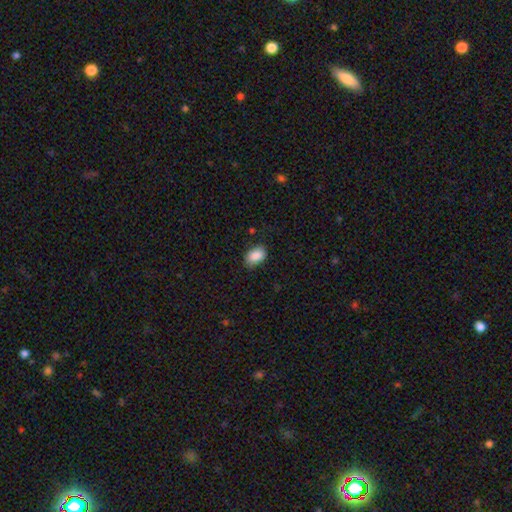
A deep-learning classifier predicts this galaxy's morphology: A smooth galaxy with no disk features (88%) that is in between round and cigar-shaped (87%). Merging: none (78%).